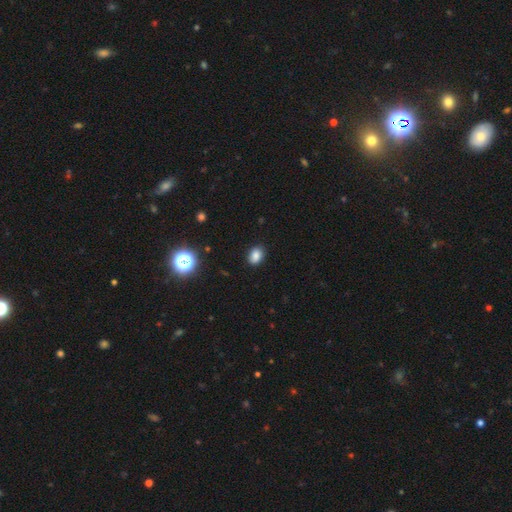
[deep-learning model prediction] This appears to be a smooth galaxy with no disk features (83%) that is in between round and cigar-shaped (70%). Merging: none (88%).